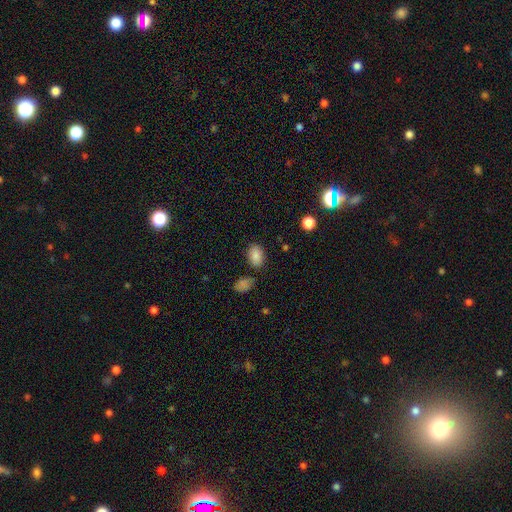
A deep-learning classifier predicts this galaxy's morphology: Smooth or featured: smooth — 86% (star or artifact — 8%)
How rounded: in between — 84% (round — 15%)
Merging: none — 77% (minor disturbance — 14%)